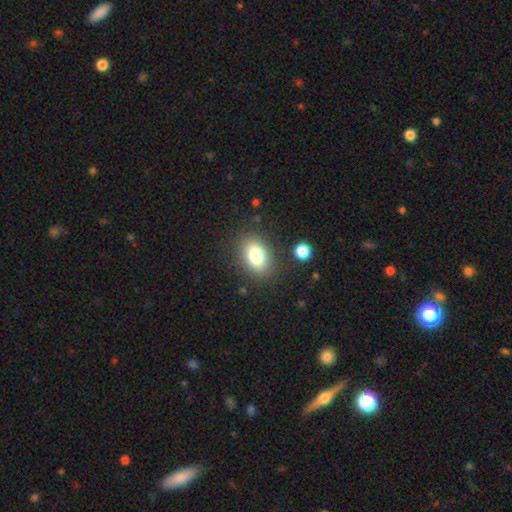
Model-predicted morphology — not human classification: Overall: smooth (79%). How rounded: in between (81%). Merging: none (83%).